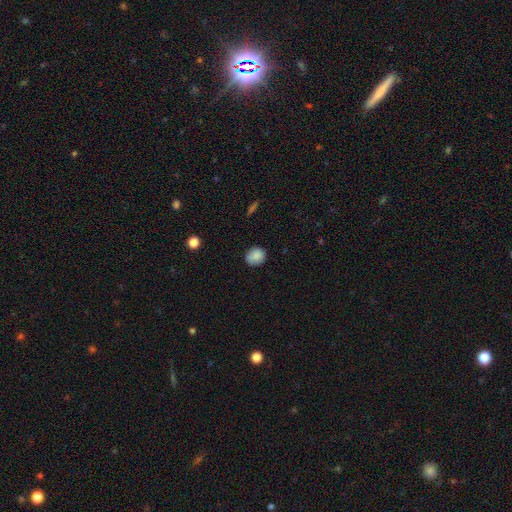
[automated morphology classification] smooth-or-featured: smooth: 86% | star or artifact: 8% | featured or disk: 5%
  how-rounded: round: 75% | in between: 24% | cigar-shaped: 1%
  merging: none: 80% | minor disturbance: 16% | major disturbance: 3% | merger: 1%